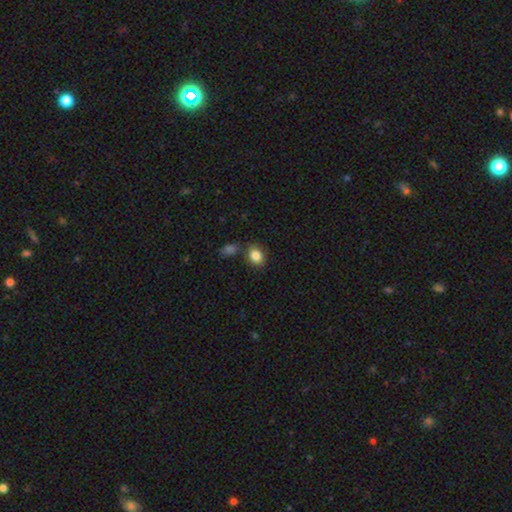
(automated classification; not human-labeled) A smooth galaxy with no disk features (85%) that is in between round and cigar-shaped (64%).

Vote fractions:
- Smooth or featured? smooth: 85% / star or artifact: 9% / featured or disk: 6%
- How rounded? in between: 64% / round: 35% / cigar-shaped: 1%
- Merging? none: 74% / minor disturbance: 14% / merger: 9% / major disturbance: 3%